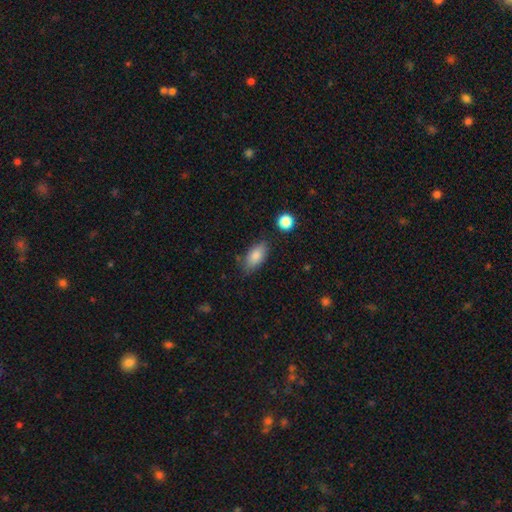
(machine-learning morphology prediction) smooth-or-featured: smooth: 84% | featured or disk: 9% | star or artifact: 8%
  how-rounded: in between: 90% | cigar-shaped: 6% | round: 4%
  merging: none: 75% | minor disturbance: 18% | major disturbance: 4% | merger: 3%